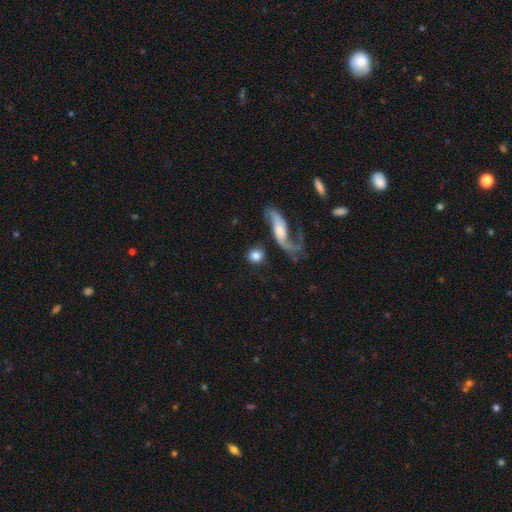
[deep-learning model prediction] smooth 74%, featured or disk 19%, star or artifact 7%. Down the decision tree: how rounded — round (80%); merging — none (69%).